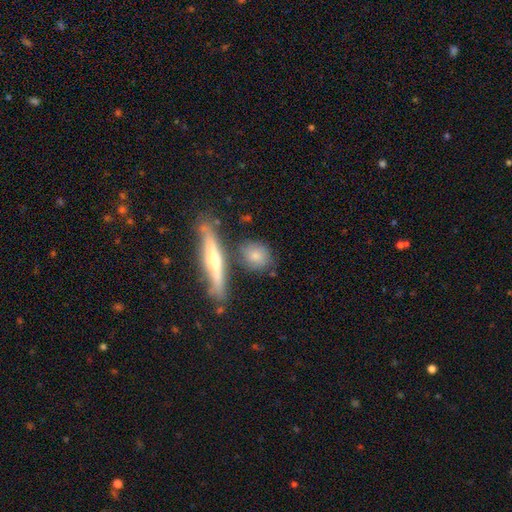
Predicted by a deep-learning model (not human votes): Smooth or featured? Predicted: smooth (p=0.61). How rounded? Predicted: round (p=0.51). Merging? Predicted: none (p=0.70).